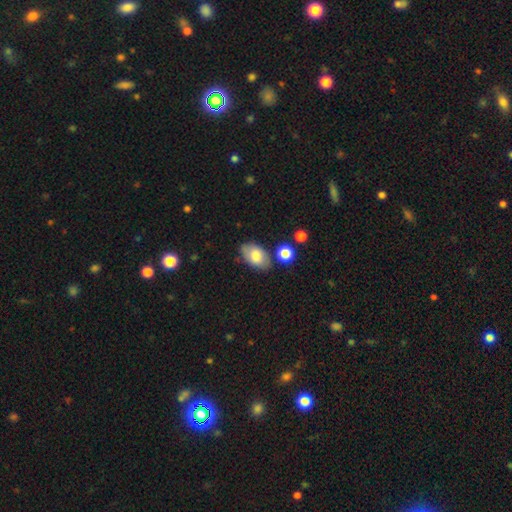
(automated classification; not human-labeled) Morphology: type=smooth (74%); roundness=in between (91%); merging=none (71%).